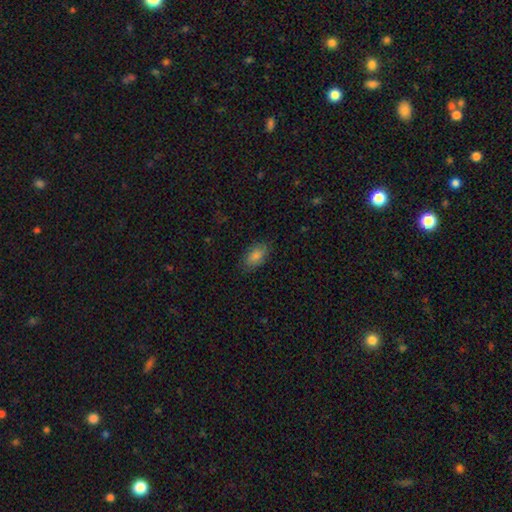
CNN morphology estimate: The model was most divided on "merging": none: 84%, minor disturbance: 12%, major disturbance: 3%, merger: 1%. More confident: how rounded — in between (91%); smooth or featured — smooth (83%).